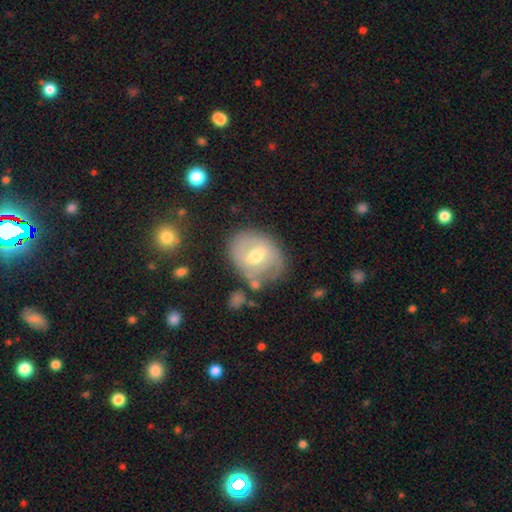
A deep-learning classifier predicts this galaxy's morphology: smooth-or-featured: featured or disk: 56% | smooth: 37% | star or artifact: 8%
  disk-edge-on: no: 95% | yes: 5%
    bar: weak: 51% | no: 33% | strong: 17%
    has-spiral-arms: yes: 57% | no: 43%
    bulge-size: moderate: 72% | small: 22% | large: 4% | none: 1% | dominant: 1%
  merging: none: 65% | minor disturbance: 22% | major disturbance: 8% | merger: 5%